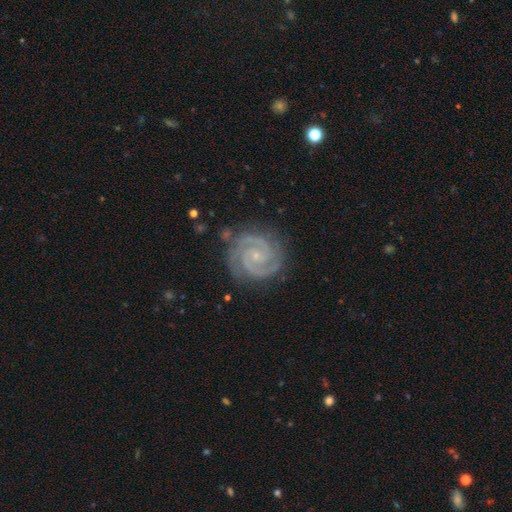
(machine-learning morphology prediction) Smooth or featured?
  - featured or disk: 93% *
  - star or artifact: 5%
  - smooth: 3%
Edge-on disk?
  - no: 98% *
  - yes: 2%
Bar?
  - no: 64% *
  - weak: 26%
  - strong: 10%
Spiral arms?
  - yes: 99% *
  - no: 1%
Spiral winding?
  - tight: 72% *
  - medium: 26%
  - loose: 2%
Spiral arm count?
  - 2: 81% *
  - 3: 11%
  - can't tell: 2%
  - 4: 2%
  - more than 4: 2%
  - 1: 2%
Bulge size?
  - small: 82% *
  - moderate: 12%
  - none: 4%
  - large: 1%
  - dominant: 1%
Merging?
  - none: 81% *
  - minor disturbance: 14%
  - major disturbance: 3%
  - merger: 2%